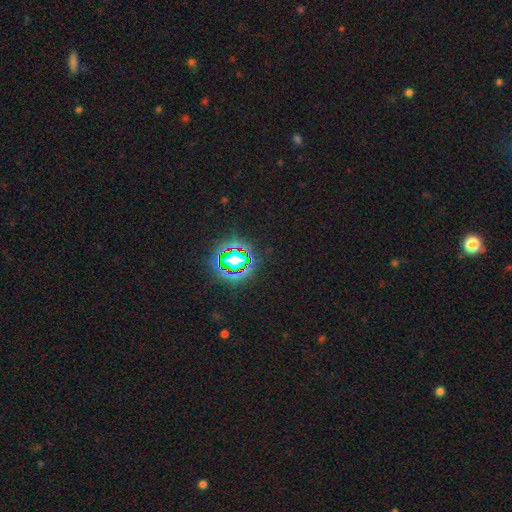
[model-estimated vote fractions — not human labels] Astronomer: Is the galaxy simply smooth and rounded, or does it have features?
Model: star or artifact — 82%.